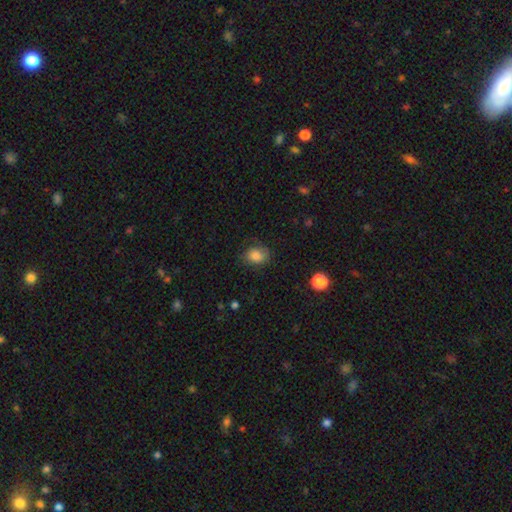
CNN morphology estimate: smooth-or-featured: smooth: 82% | featured or disk: 9% | star or artifact: 9%
  how-rounded: in between: 55% | round: 44% | cigar-shaped: 1%
  merging: none: 69% | minor disturbance: 22% | major disturbance: 8% | merger: 1%